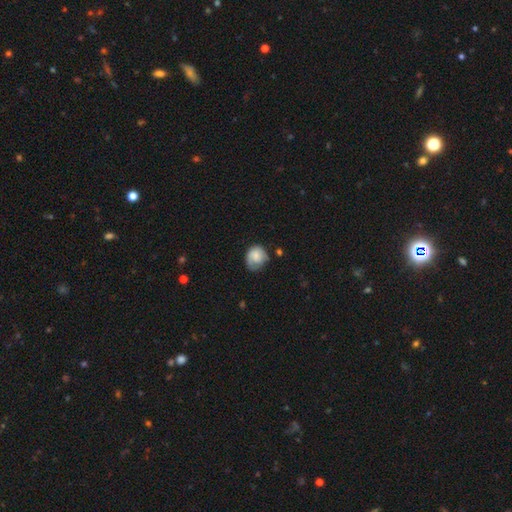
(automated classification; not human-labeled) Smooth or featured?
  - smooth: 72% *
  - featured or disk: 21%
  - star or artifact: 8%
How rounded?
  - round: 66% *
  - in between: 33%
  - cigar-shaped: 1%
Merging?
  - none: 50% *
  - minor disturbance: 35%
  - major disturbance: 12%
  - merger: 3%